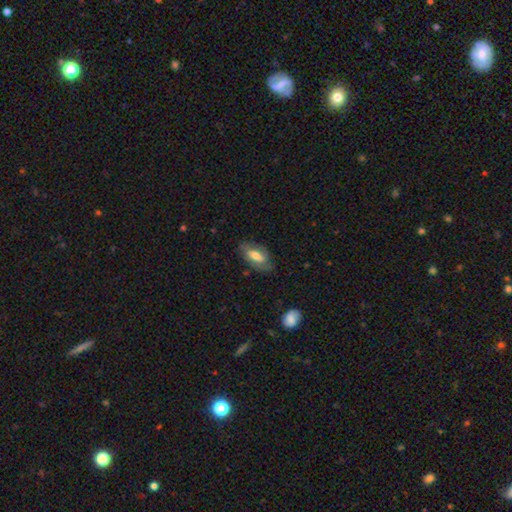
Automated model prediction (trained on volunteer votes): smooth_or_featured: featured or disk (p=0.50) [alt: smooth p=0.43]
merging: none (p=0.70) [alt: minor disturbance p=0.21]